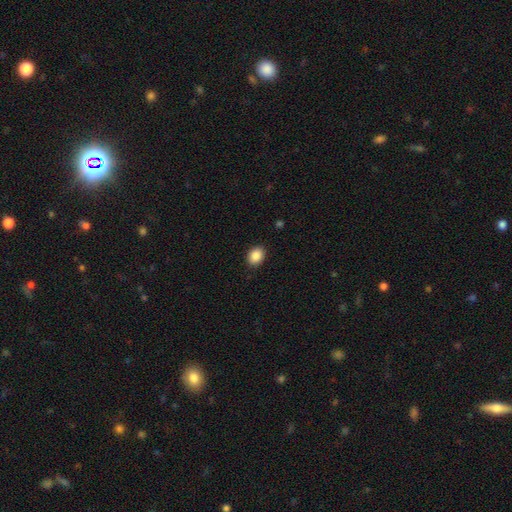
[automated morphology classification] A smooth galaxy with no disk features (89%) that is in between round and cigar-shaped (61%).

Vote fractions:
- Smooth or featured? smooth: 89% / star or artifact: 8% / featured or disk: 3%
- How rounded? in between: 61% / round: 38% / cigar-shaped: 1%
- Merging? none: 90% / minor disturbance: 7% / major disturbance: 2% / merger: 1%